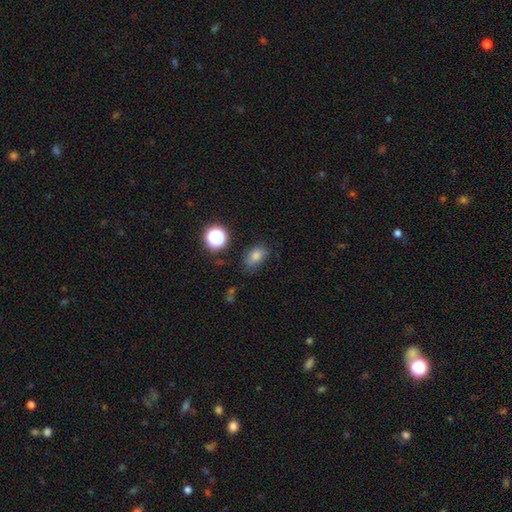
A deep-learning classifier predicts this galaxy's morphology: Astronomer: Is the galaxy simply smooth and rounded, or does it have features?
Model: smooth — 76%.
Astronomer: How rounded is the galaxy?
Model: in between — 79%.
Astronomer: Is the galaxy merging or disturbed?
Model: none — 71%.